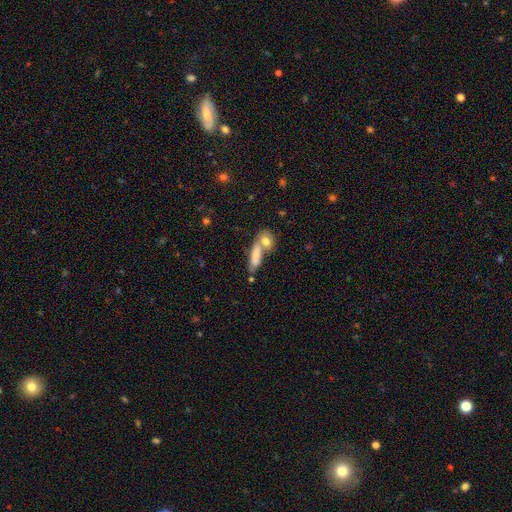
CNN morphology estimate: This appears to be a smooth galaxy with no disk features (72%) that is in between round and cigar-shaped (55%). Merging: merger (52%).